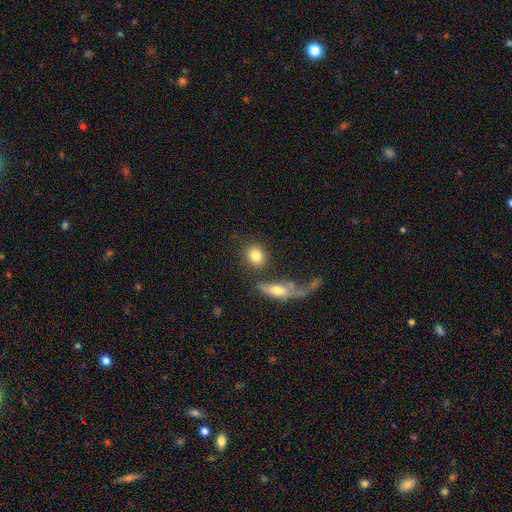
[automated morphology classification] Overall: smooth (80%). How rounded: round (63%; in between 34%). Merging: none (69%).